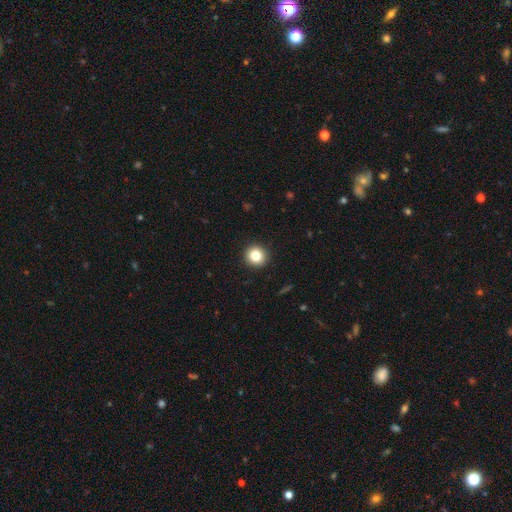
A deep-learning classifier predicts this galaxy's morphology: Smooth or featured?
  - smooth: 83% *
  - star or artifact: 10%
  - featured or disk: 7%
How rounded?
  - round: 93% *
  - in between: 6%
  - cigar-shaped: 1%
Merging?
  - none: 93% *
  - minor disturbance: 5%
  - major disturbance: 2%
  - merger: 1%